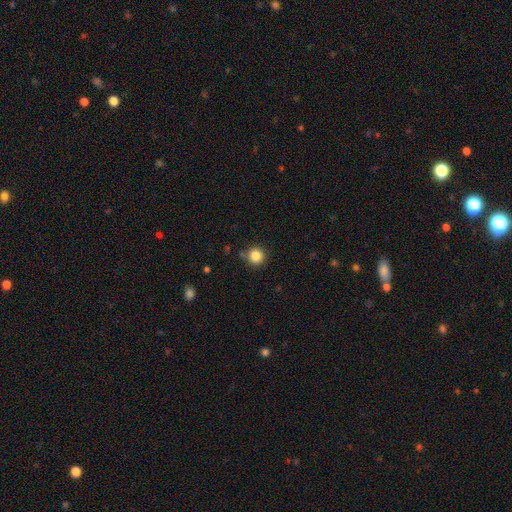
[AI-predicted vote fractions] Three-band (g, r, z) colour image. It shows a smooth galaxy with no disk features (85%) that is round (93%). Merging: none (85%).